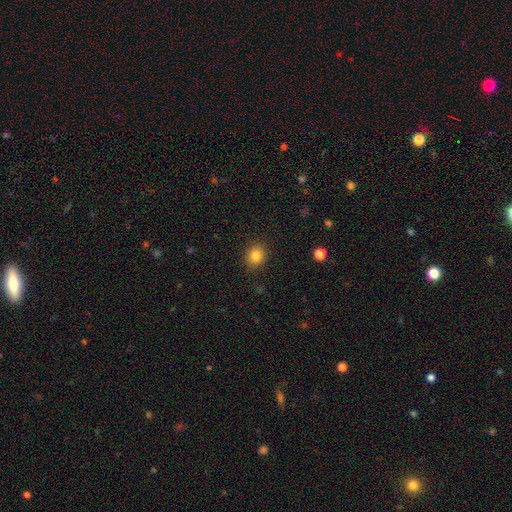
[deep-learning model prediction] Q: Smooth or featured?
A: smooth (84%); runner-up: star or artifact (11%)
Q: How rounded?
A: round (77%); runner-up: in between (22%)
Q: Merging?
A: none (89%); runner-up: minor disturbance (8%)